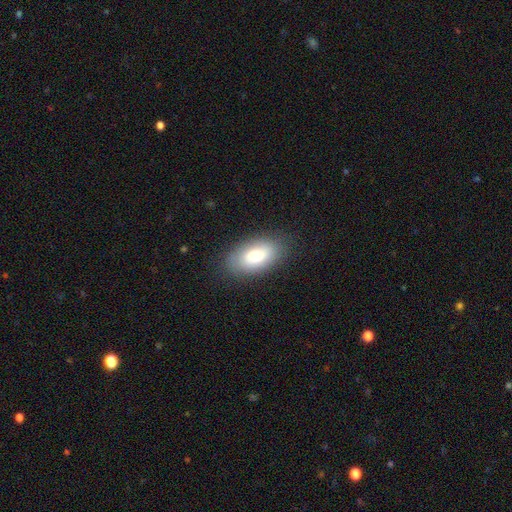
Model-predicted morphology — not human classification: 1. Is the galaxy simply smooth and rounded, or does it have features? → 70% smooth, 23% featured or disk, 8% star or artifact.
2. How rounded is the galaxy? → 92% in between, 6% round, 2% cigar-shaped.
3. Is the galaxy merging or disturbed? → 83% none, 12% minor disturbance, 4% major disturbance, 1% merger.